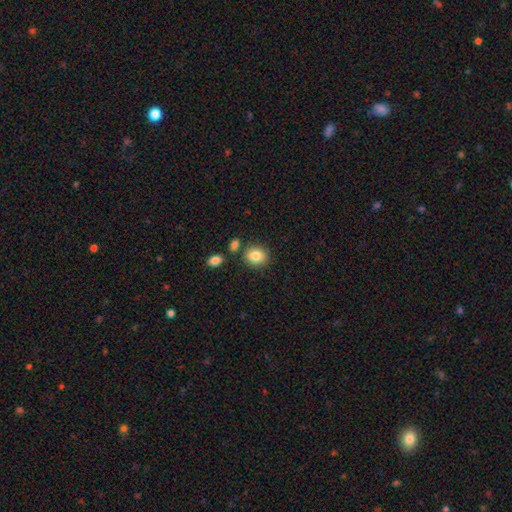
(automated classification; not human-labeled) Smooth or featured? Predicted: smooth (p=0.84). How rounded? Predicted: round (p=0.69). Merging? Predicted: none (p=0.79).